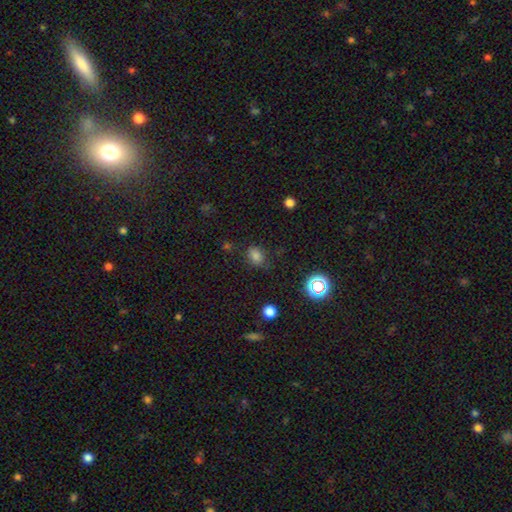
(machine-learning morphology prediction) smooth_or_featured: smooth (p=0.75) [alt: star or artifact p=0.20]
how_rounded: in between (p=0.54) [alt: round p=0.45]
merging: none (p=0.73) [alt: minor disturbance p=0.18]